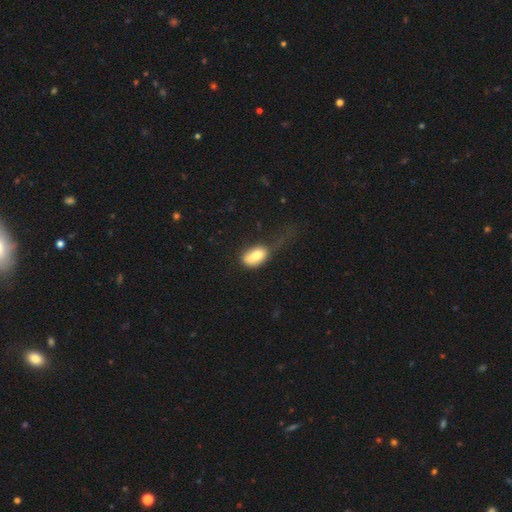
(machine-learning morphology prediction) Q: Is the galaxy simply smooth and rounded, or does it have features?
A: smooth — 76%.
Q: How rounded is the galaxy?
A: in between — 88%.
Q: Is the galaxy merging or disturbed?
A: major disturbance — 36%.